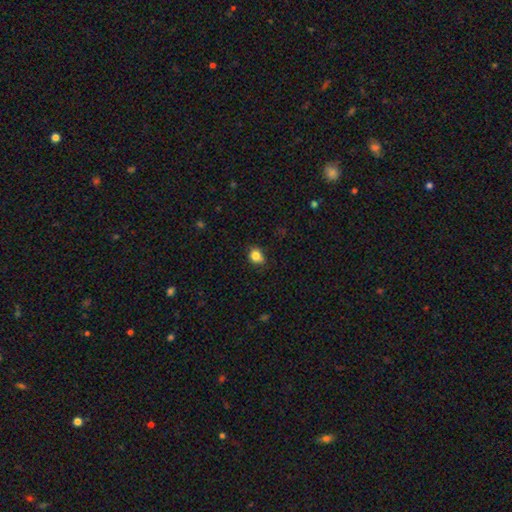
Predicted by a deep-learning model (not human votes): Smooth or featured: smooth — 84% (star or artifact — 11%)
How rounded: round — 58% (in between — 41%)
Merging: none — 78% (minor disturbance — 17%)